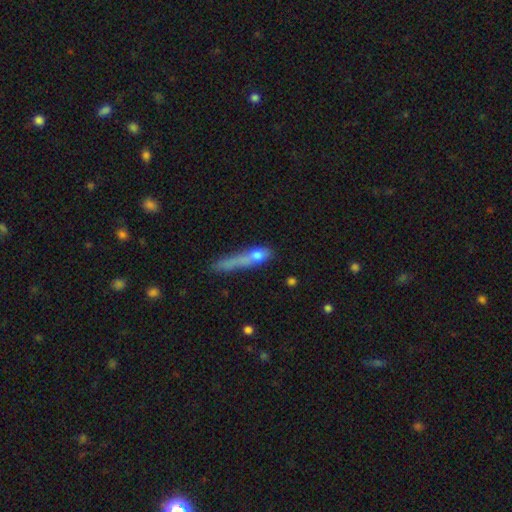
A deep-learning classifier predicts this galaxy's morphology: Smooth or featured? Predicted: smooth (p=0.62). How rounded? Predicted: cigar-shaped (p=0.76). Merging? Predicted: none (p=0.31).